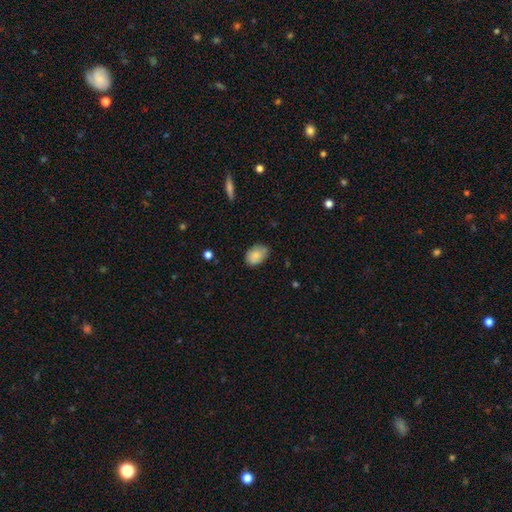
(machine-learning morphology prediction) smooth_or_featured: smooth (p=0.83) [alt: featured or disk p=0.09]
how_rounded: in between (p=0.82) [alt: round p=0.17]
merging: none (p=0.74) [alt: minor disturbance p=0.21]